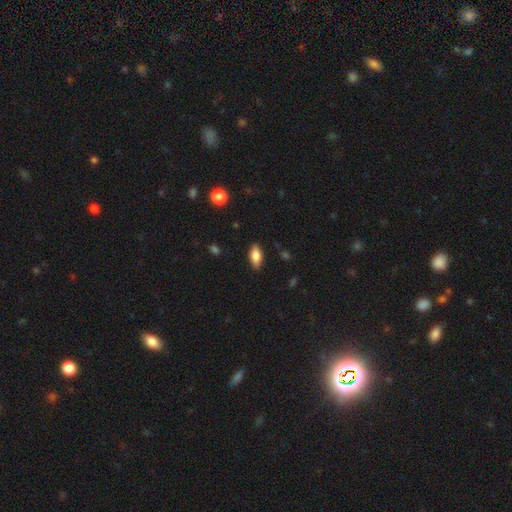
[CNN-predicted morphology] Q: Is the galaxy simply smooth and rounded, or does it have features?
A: smooth — 80%.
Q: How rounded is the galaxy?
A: in between — 85%.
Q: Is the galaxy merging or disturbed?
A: none — 85%.